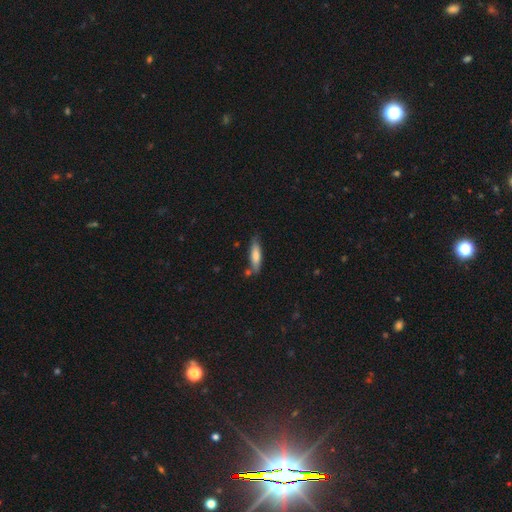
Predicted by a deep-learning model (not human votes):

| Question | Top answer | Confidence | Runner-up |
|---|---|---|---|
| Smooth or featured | smooth | 74% | featured or disk (21%) |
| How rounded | cigar-shaped | 69% | in between (29%) |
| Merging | none | 74% | minor disturbance (17%) |